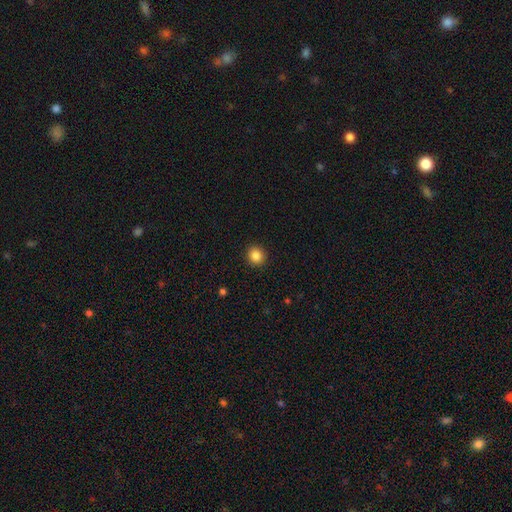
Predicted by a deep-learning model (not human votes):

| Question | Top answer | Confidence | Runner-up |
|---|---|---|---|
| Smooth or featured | smooth | 86% | star or artifact (10%) |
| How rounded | round | 88% | in between (12%) |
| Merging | none | 92% | minor disturbance (5%) |